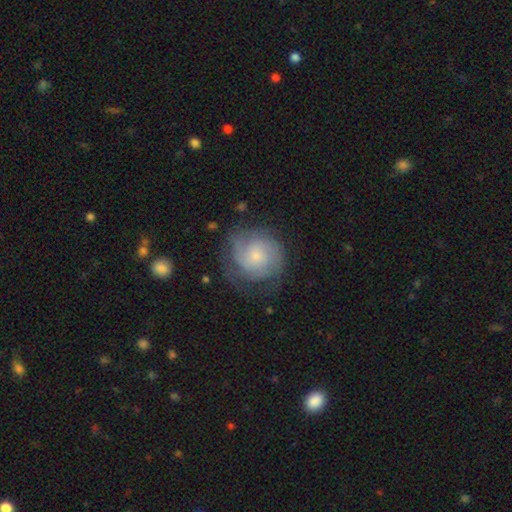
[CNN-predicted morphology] type=featured or disk (61%); edge-on=no (98%); bar=no (74%); spiral arms=yes (87%); winding=tight (53%); arm count=can't tell (36%); bulge=small (67%); merging=none (62%).